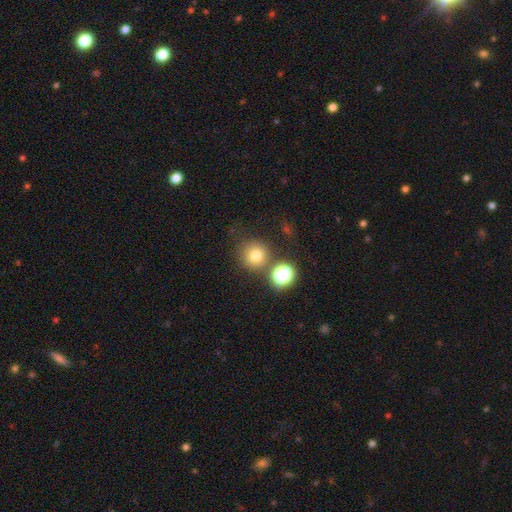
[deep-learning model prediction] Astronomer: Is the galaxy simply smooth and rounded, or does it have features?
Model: smooth — 75%.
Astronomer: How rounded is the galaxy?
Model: round — 93%.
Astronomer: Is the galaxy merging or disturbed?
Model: none — 76%.